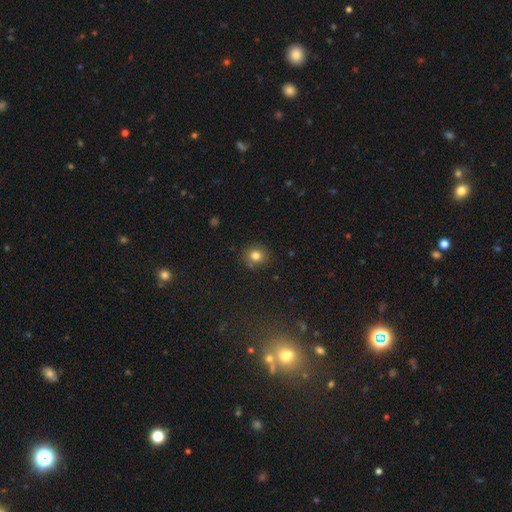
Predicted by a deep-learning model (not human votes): Smooth or featured?
  - smooth: 79% *
  - star or artifact: 13%
  - featured or disk: 8%
How rounded?
  - round: 83% *
  - in between: 16%
  - cigar-shaped: 1%
Merging?
  - none: 81% *
  - minor disturbance: 11%
  - merger: 5%
  - major disturbance: 3%